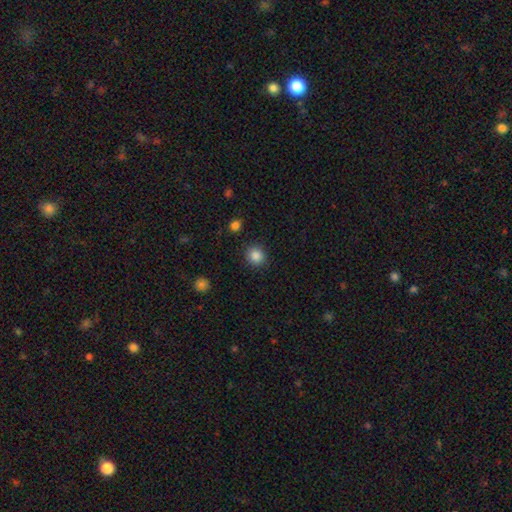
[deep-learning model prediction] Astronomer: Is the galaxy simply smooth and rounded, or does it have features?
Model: smooth — 86%.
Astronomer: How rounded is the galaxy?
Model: round — 87%.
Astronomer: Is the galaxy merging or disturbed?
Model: none — 90%.